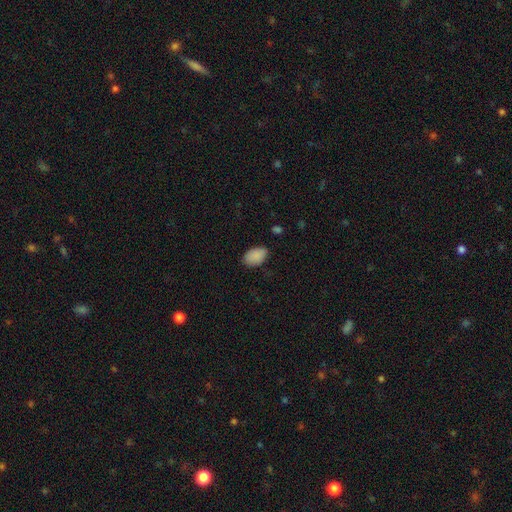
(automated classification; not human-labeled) A smooth galaxy with no disk features (89%) that is in between round and cigar-shaped (91%).

Vote fractions:
- Smooth or featured? smooth: 89% / star or artifact: 7% / featured or disk: 4%
- How rounded? in between: 91% / round: 7% / cigar-shaped: 1%
- Merging? none: 80% / minor disturbance: 16% / major disturbance: 3% / merger: 1%